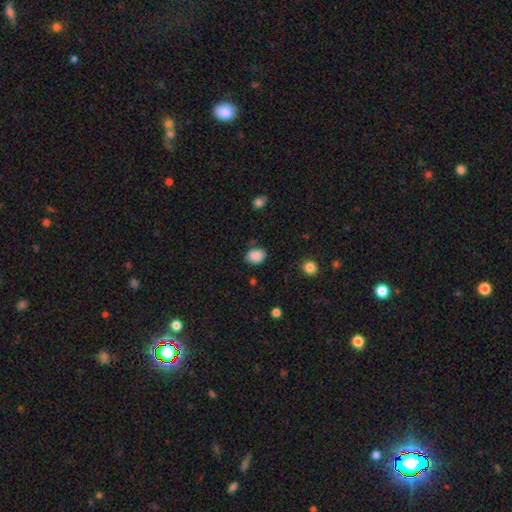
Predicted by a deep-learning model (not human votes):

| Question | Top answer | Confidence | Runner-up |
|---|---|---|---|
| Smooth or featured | smooth | 88% | star or artifact (9%) |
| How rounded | in between | 63% | round (36%) |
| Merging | none | 78% | minor disturbance (16%) |